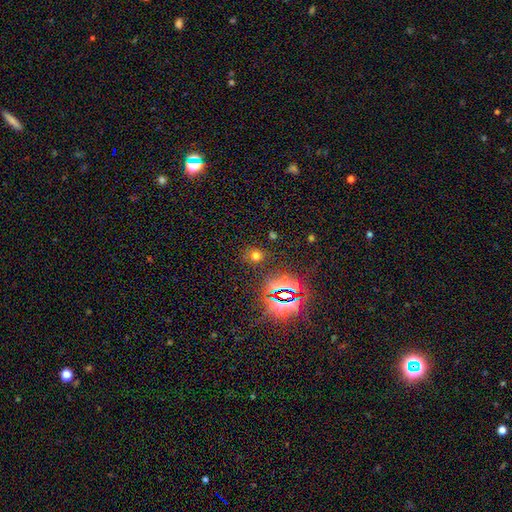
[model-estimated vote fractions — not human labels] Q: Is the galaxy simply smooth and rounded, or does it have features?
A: smooth — 57%.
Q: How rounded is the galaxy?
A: round — 72%.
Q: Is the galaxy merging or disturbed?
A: none — 81%.